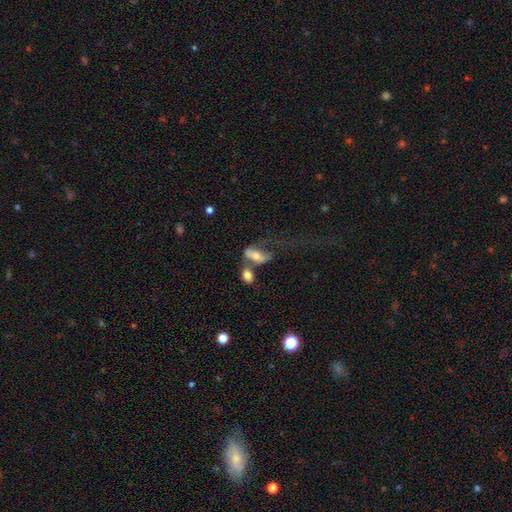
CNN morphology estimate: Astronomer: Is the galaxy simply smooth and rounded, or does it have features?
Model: smooth — 61%.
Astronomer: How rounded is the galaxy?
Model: in between — 82%.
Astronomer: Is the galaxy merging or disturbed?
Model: merger — 52%.